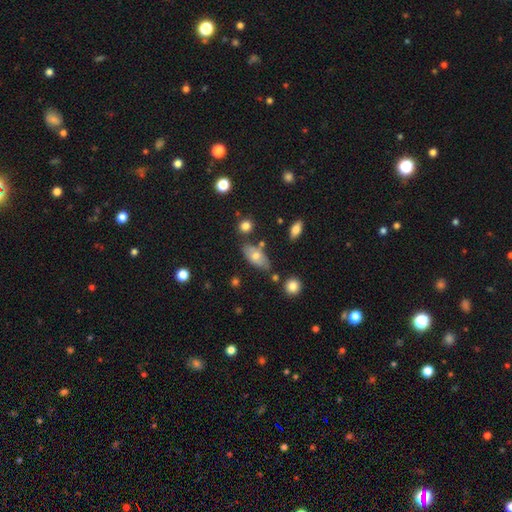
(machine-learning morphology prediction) A smooth galaxy with no disk features (64%) that is in between round and cigar-shaped (87%).

Vote fractions:
- Smooth or featured? smooth: 64% / featured or disk: 28% / star or artifact: 8%
- How rounded? in between: 87% / cigar-shaped: 9% / round: 4%
- Merging? none: 68% / minor disturbance: 19% / merger: 9% / major disturbance: 4%